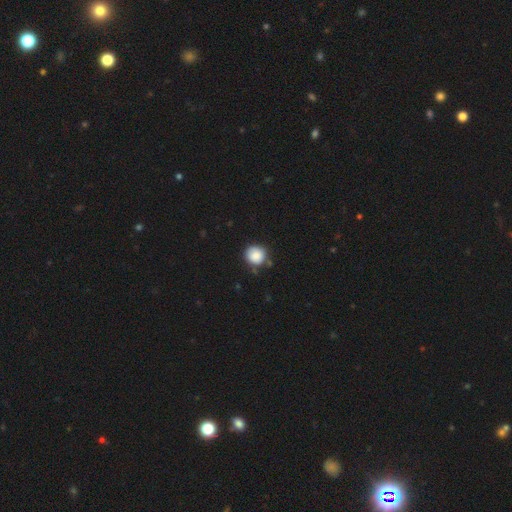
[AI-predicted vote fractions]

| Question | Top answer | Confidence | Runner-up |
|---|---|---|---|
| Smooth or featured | smooth | 85% | star or artifact (8%) |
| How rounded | round | 90% | in between (9%) |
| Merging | none | 72% | minor disturbance (20%) |